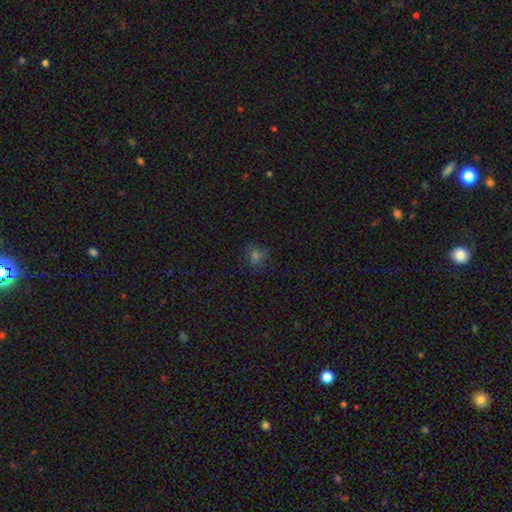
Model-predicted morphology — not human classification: smooth_or_featured: smooth (p=0.58) [alt: star or artifact p=0.31]
how_rounded: round (p=0.73) [alt: in between p=0.26]
merging: none (p=0.77) [alt: minor disturbance p=0.15]